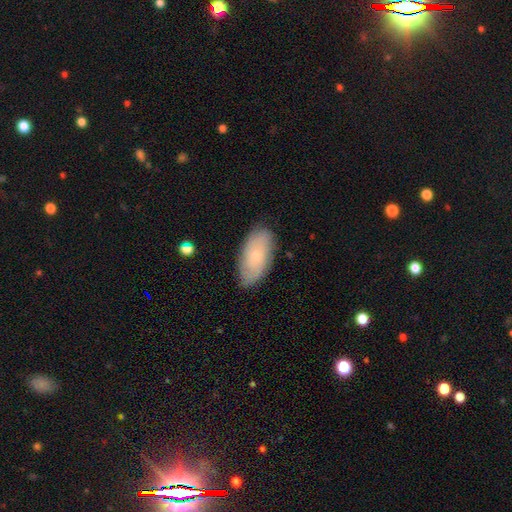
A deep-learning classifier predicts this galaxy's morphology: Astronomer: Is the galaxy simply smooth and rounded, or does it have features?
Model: featured or disk — 48% (runner-up: smooth, 45%).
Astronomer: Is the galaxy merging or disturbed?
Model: none — 81%.